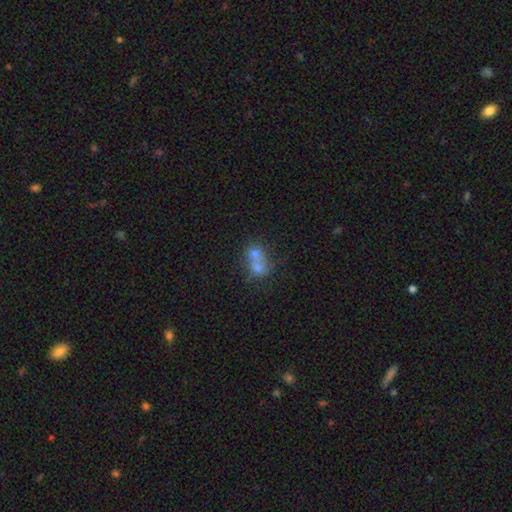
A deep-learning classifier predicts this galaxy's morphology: Smooth or featured? smooth (61%)
How rounded? round (65%)
Merging? merger (68%)